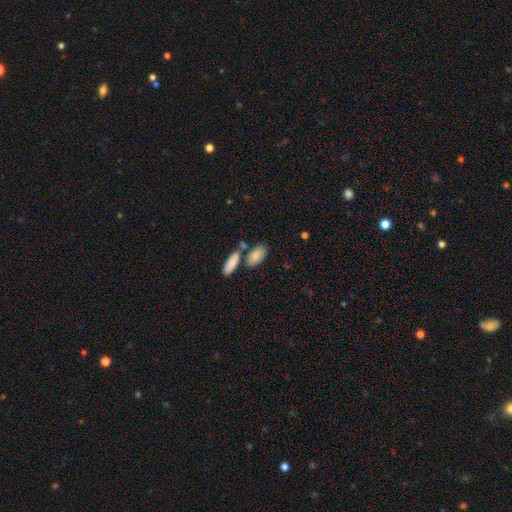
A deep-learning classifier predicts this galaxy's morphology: The model was most divided on "merging": none: 57%, merger: 28%, minor disturbance: 12%, major disturbance: 4%. More confident: how rounded — in between (88%); smooth or featured — smooth (84%).